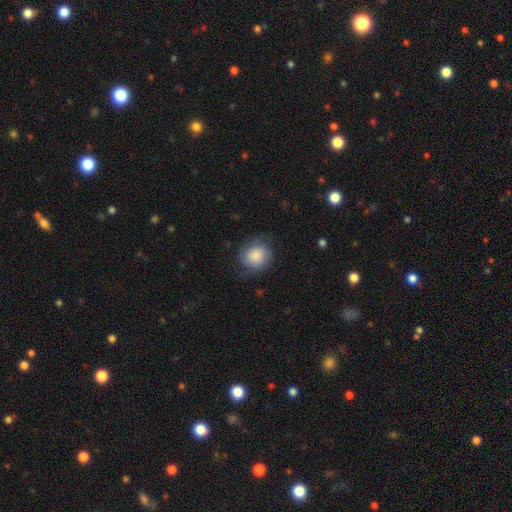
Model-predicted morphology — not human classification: Overall: smooth (77%). How rounded: round (76%). Merging: none (72%).